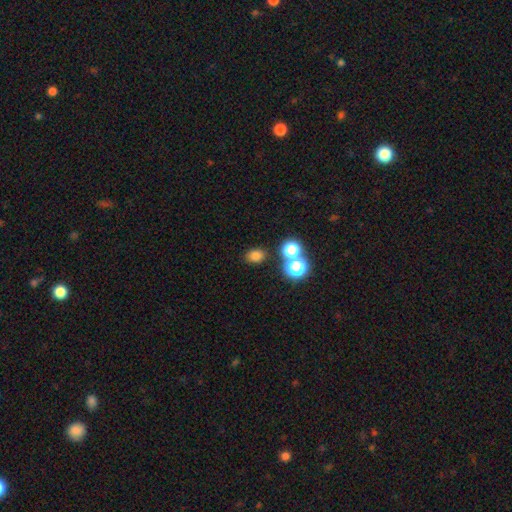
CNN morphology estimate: smooth 74%, star or artifact 19%, featured or disk 6%. Down the decision tree: how rounded — in between (51%); merging — none (79%).